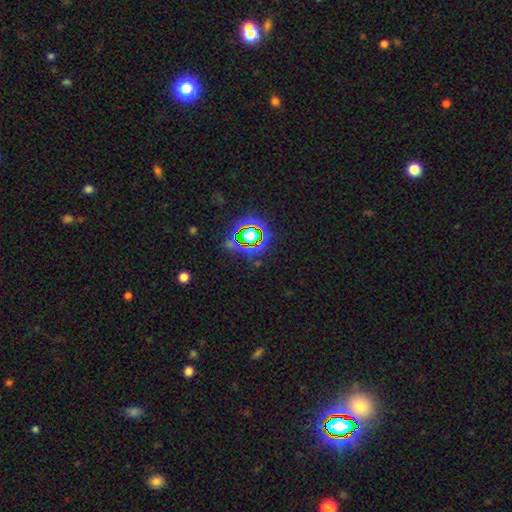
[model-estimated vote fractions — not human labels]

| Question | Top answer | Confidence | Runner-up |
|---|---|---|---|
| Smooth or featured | star or artifact | 74% | smooth (14%) |